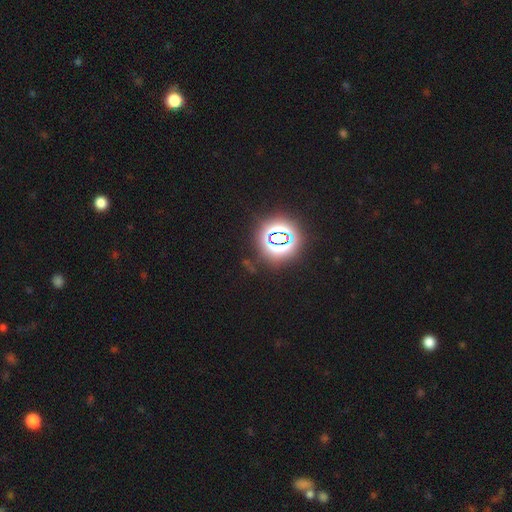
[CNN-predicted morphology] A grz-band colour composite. It shows a star or artifact, not a galaxy (82%).